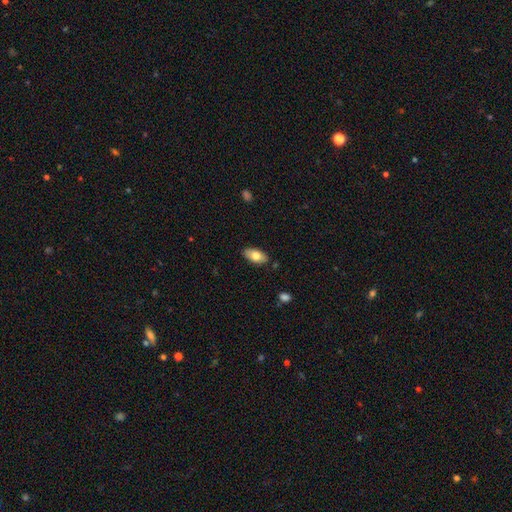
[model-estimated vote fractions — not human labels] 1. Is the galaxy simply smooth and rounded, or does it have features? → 77% smooth, 17% featured or disk, 6% star or artifact.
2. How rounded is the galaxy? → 93% in between, 4% cigar-shaped, 3% round.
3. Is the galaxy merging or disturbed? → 85% none, 11% minor disturbance, 2% major disturbance, 1% merger.